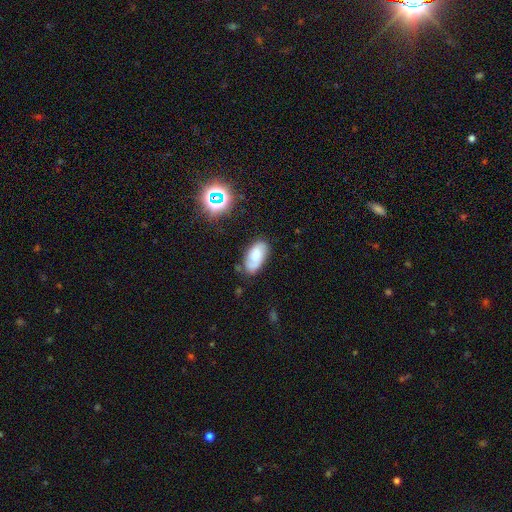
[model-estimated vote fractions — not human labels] Smooth or featured?
  - smooth: 49% *
  - featured or disk: 40%
  - star or artifact: 11%
Merging?
  - none: 72% *
  - minor disturbance: 20%
  - major disturbance: 5%
  - merger: 3%